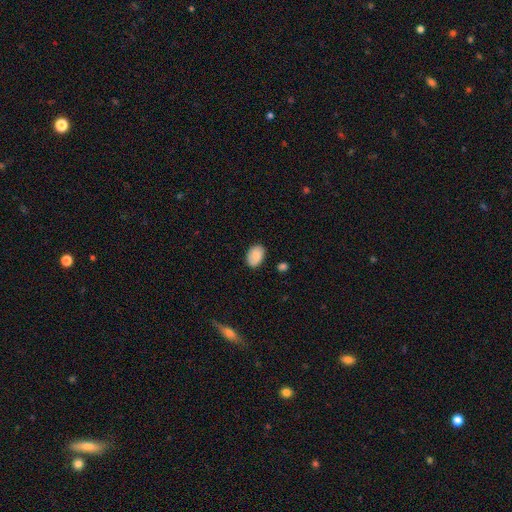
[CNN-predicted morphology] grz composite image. It shows a smooth galaxy with no disk features (82%) that is in between round and cigar-shaped (86%). Merging: none (80%).